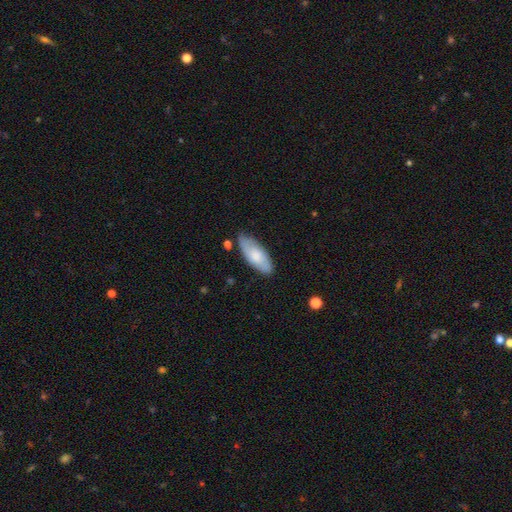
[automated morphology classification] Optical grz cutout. It shows a smooth galaxy with no disk features (71%) that is in between round and cigar-shaped (80%). Merging: none (76%).